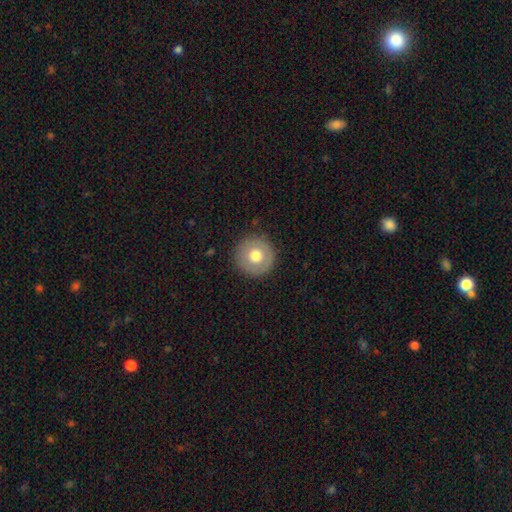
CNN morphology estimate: Smooth or featured? smooth (68%)
How rounded? round (96%)
Merging? none (89%)